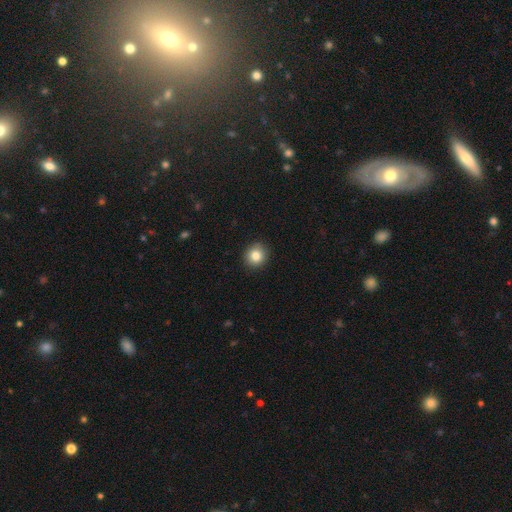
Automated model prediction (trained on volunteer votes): The model was most divided on "smooth or featured": smooth: 84%, star or artifact: 10%, featured or disk: 6%. More confident: merging — none (91%); how rounded — round (87%).